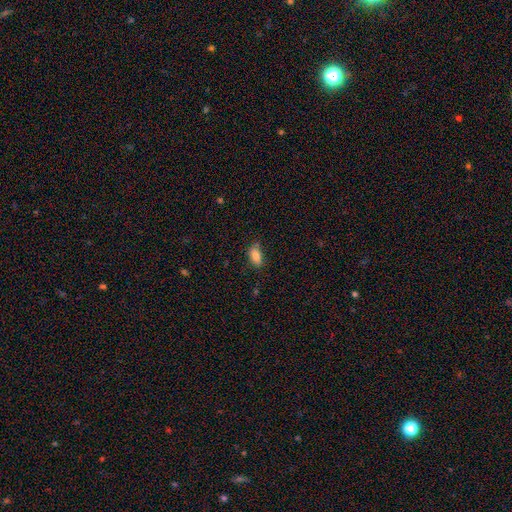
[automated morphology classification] Overall: smooth (82%). How rounded: in between (88%). Merging: none (74%).